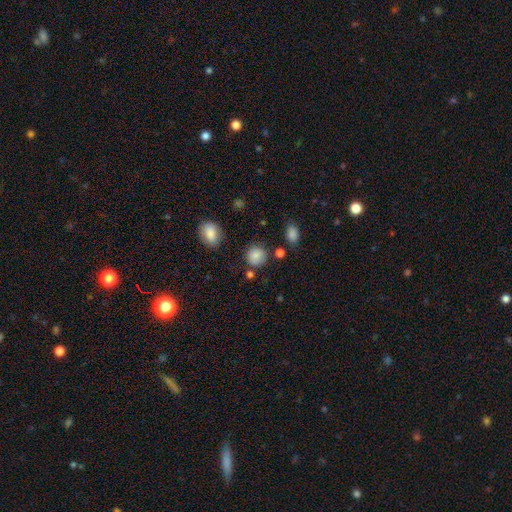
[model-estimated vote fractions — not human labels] Overall: smooth (83%). How rounded: round (87%). Merging: none (79%).